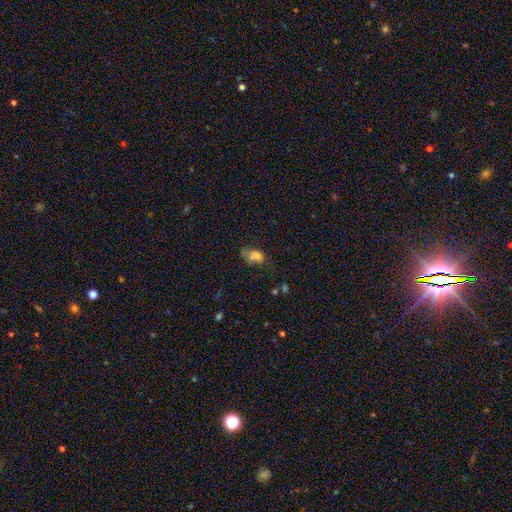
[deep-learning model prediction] A smooth galaxy with no disk features (68%) that is in between round and cigar-shaped (82%). Merging: none (36%).